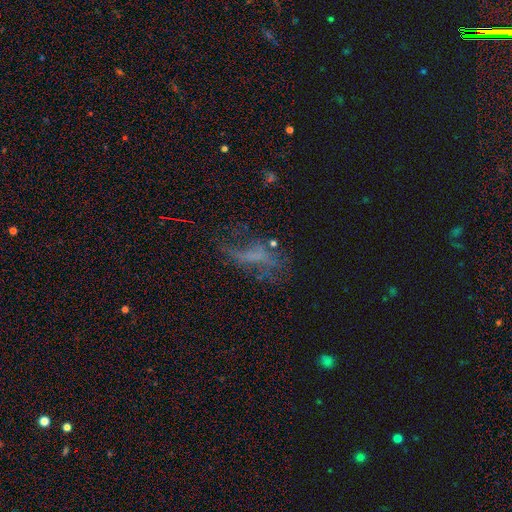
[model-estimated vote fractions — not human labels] Smooth or featured? featured or disk (45%)
Merging? major disturbance (39%)